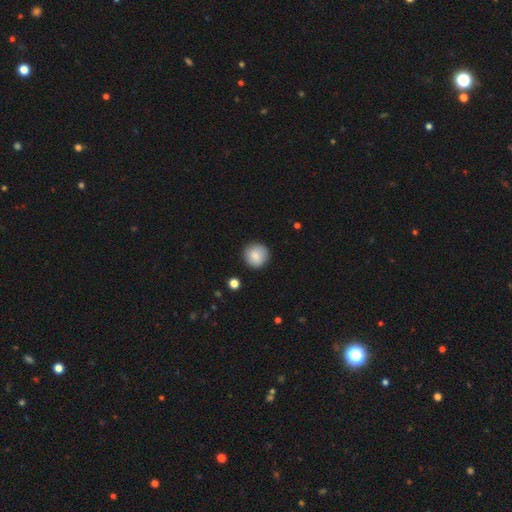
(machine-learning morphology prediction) Smooth or featured?
  - smooth: 85% *
  - featured or disk: 8%
  - star or artifact: 8%
How rounded?
  - round: 93% *
  - in between: 6%
  - cigar-shaped: 1%
Merging?
  - none: 88% *
  - minor disturbance: 8%
  - major disturbance: 2%
  - merger: 1%